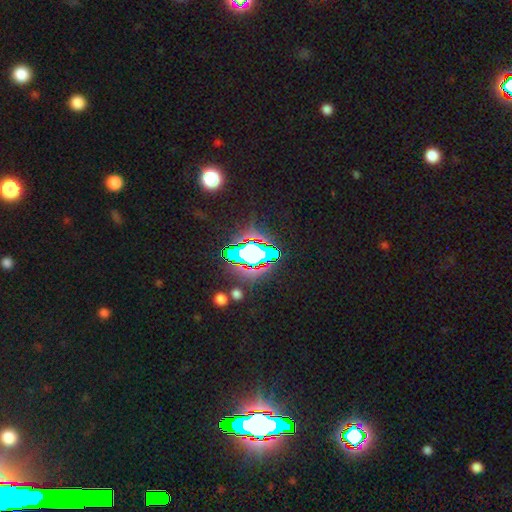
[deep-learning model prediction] This appears to be a star or artifact, not a galaxy (76%).